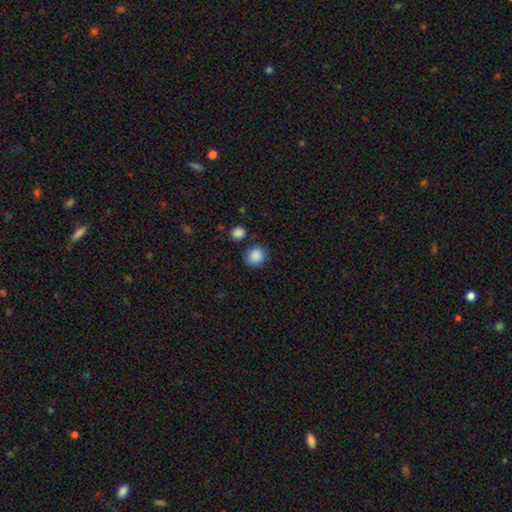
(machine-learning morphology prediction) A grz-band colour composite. It shows a smooth galaxy with no disk features (88%) that is round (88%). Merging: none (81%).